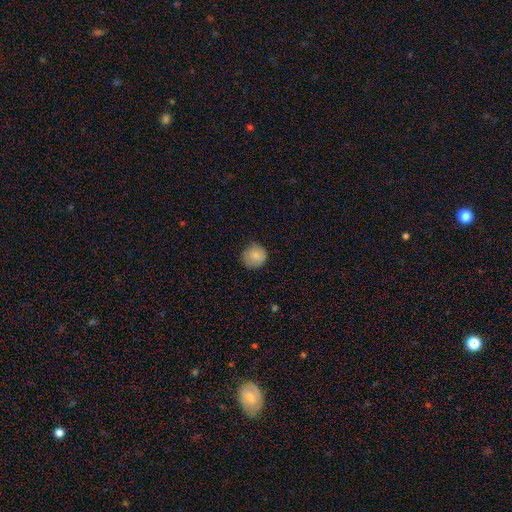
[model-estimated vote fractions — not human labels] A smooth galaxy with no disk features (86%) that is round (90%).

Vote fractions:
- Smooth or featured? smooth: 86% / star or artifact: 8% / featured or disk: 6%
- How rounded? round: 90% / in between: 9% / cigar-shaped: 1%
- Merging? none: 78% / minor disturbance: 17% / major disturbance: 4% / merger: 1%